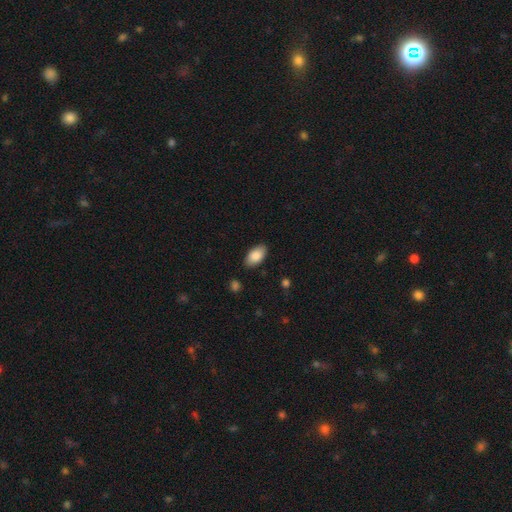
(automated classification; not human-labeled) This appears to be a smooth galaxy with no disk features (87%) that is in between round and cigar-shaped (94%). Merging: none (85%).